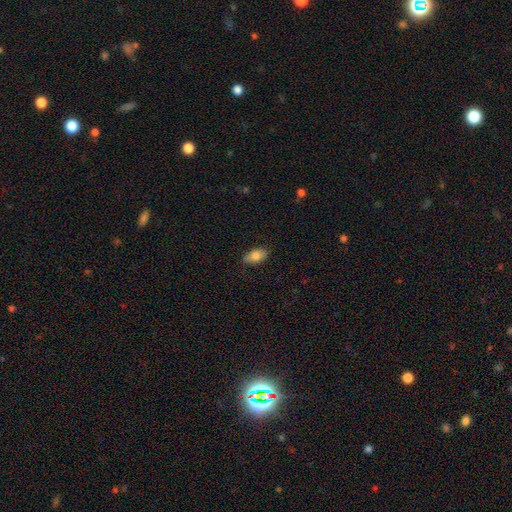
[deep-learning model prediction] Smooth or featured: smooth — 75% (featured or disk — 18%)
How rounded: in between — 91% (round — 6%)
Merging: none — 81% (minor disturbance — 15%)